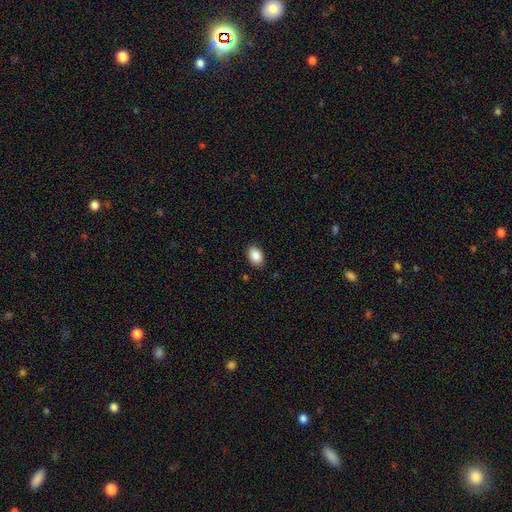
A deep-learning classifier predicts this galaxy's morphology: Smooth or featured? smooth (87%)
How rounded? in between (83%)
Merging? none (88%)